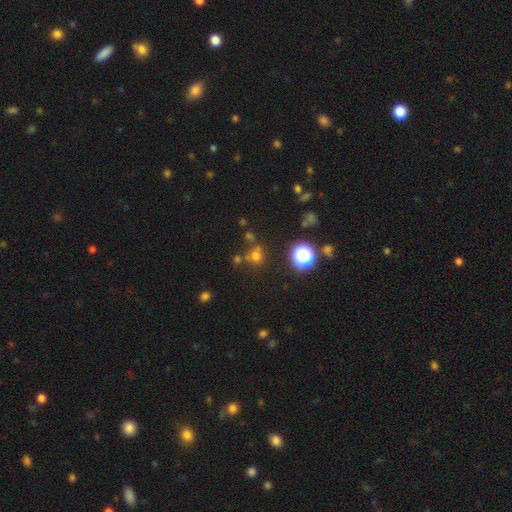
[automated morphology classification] This appears to be a smooth galaxy with no disk features (61%) that is round (85%). Merging: none (64%).